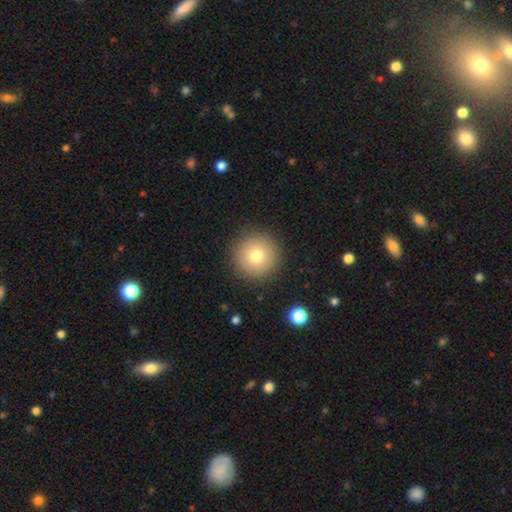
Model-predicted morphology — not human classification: The model was most divided on "smooth or featured": smooth: 76%, featured or disk: 12%, star or artifact: 12%. More confident: how rounded — round (96%); merging — none (91%).